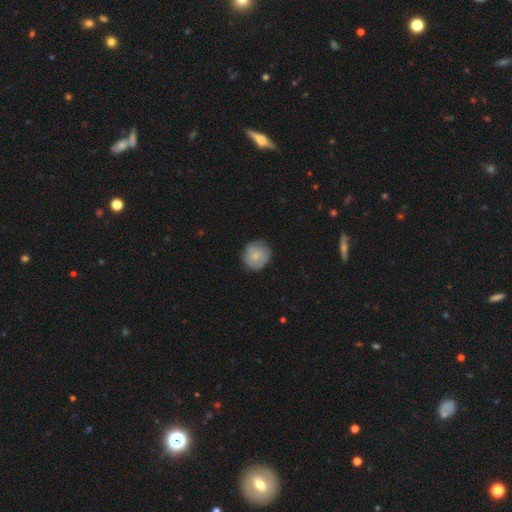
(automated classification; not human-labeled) smooth_or_featured: smooth (p=0.74) [alt: featured or disk p=0.19]
how_rounded: round (p=0.91) [alt: in between p=0.08]
merging: none (p=0.81) [alt: minor disturbance p=0.15]